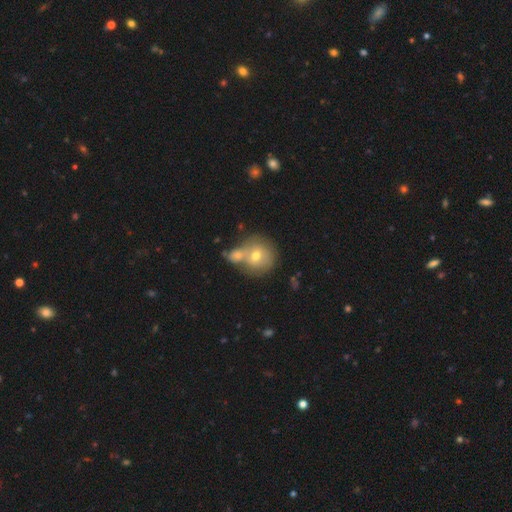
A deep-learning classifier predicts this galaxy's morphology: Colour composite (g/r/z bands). It shows a smooth galaxy with no disk features (65%) that is round (88%). Merging: merger (49%).